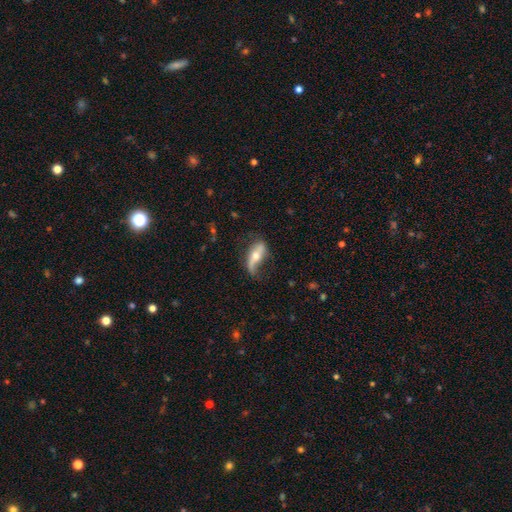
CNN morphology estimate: Smooth or featured: featured or disk — 59% (smooth — 34%)
Edge-on disk: no — 66% (yes — 34%)
Merging: none — 52% (minor disturbance — 29%)